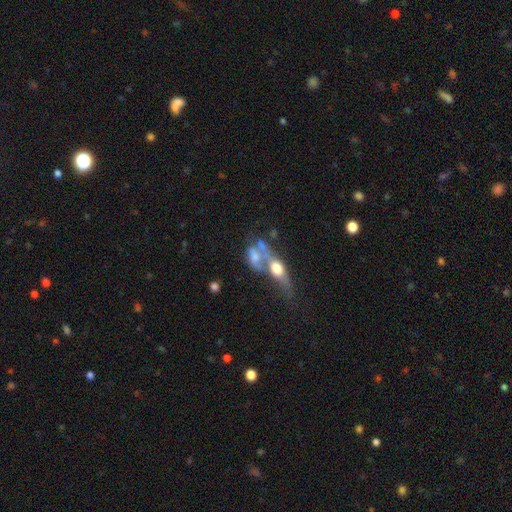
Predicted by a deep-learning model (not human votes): smooth_or_featured: featured or disk (p=0.45) [alt: smooth p=0.44]
merging: merger (p=0.62) [alt: none p=0.15]